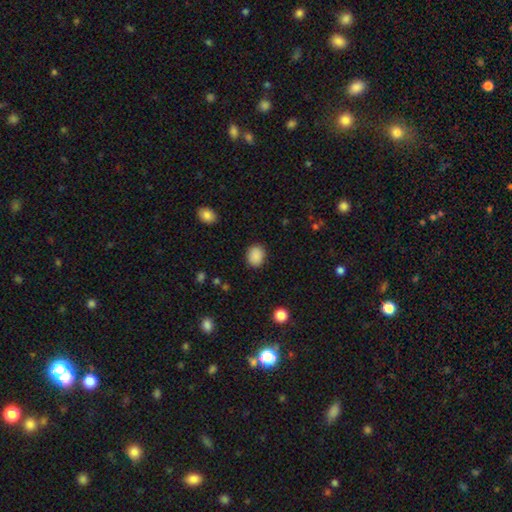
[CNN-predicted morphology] smooth-or-featured: smooth: 89% | star or artifact: 8% | featured or disk: 3%
  how-rounded: round: 62% | in between: 37% | cigar-shaped: 1%
  merging: none: 88% | minor disturbance: 8% | major disturbance: 3% | merger: 1%